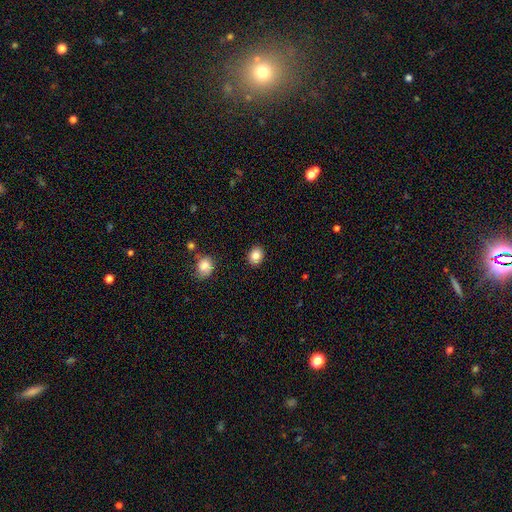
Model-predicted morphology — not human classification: Q: Smooth or featured?
A: smooth (85%); runner-up: star or artifact (9%)
Q: How rounded?
A: round (51%); runner-up: in between (48%)
Q: Merging?
A: none (89%); runner-up: minor disturbance (7%)